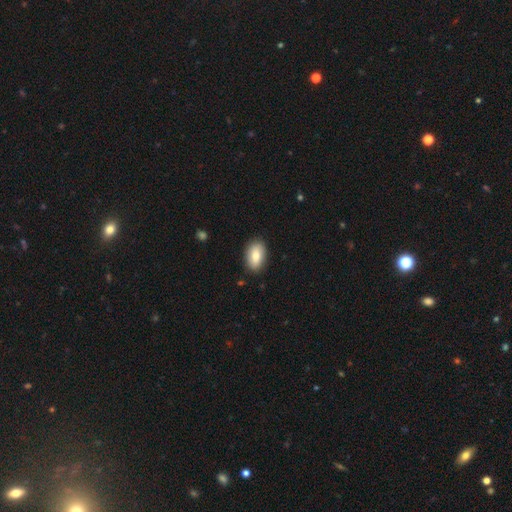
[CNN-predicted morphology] This is likely a smooth galaxy (78%). How rounded: clearly in between (90%). Merging: clearly none (87%).